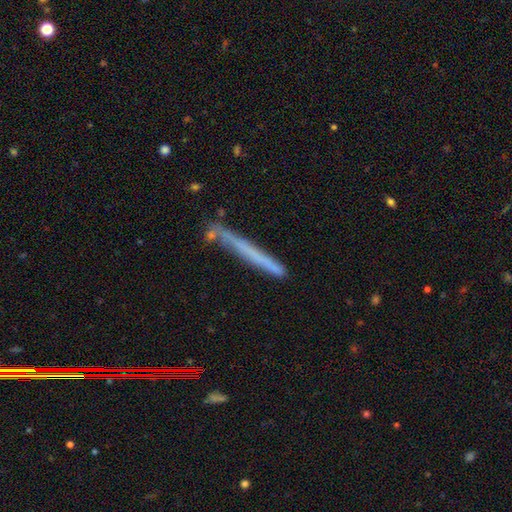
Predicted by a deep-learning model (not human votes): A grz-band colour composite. It shows a smooth galaxy with no disk features (49%). Merging: none (74%).